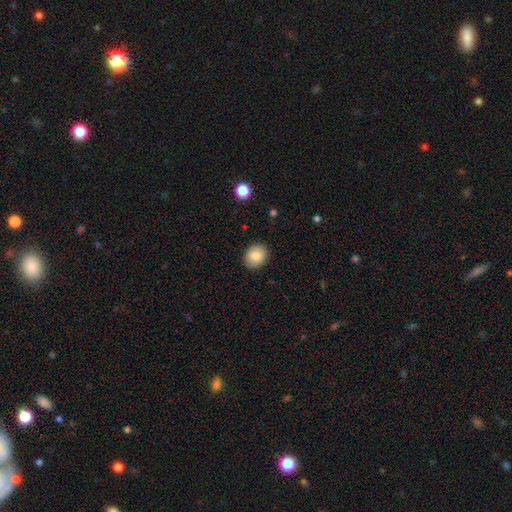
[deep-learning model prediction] smooth 84%, star or artifact 8%, featured or disk 7%. Down the decision tree: how rounded — round (55%); merging — none (89%).